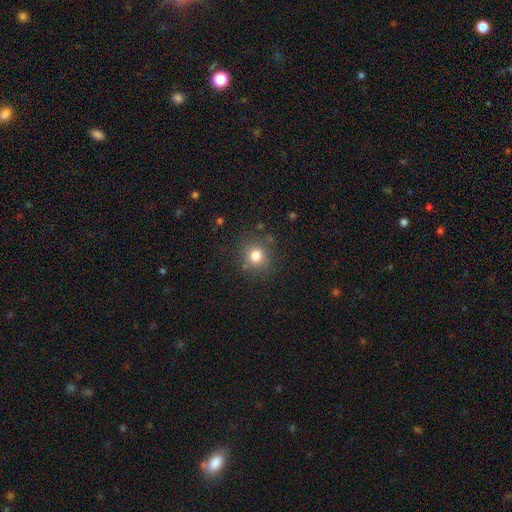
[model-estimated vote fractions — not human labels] This appears to be a smooth galaxy with no disk features (79%) that is round (84%). Merging: none (82%).